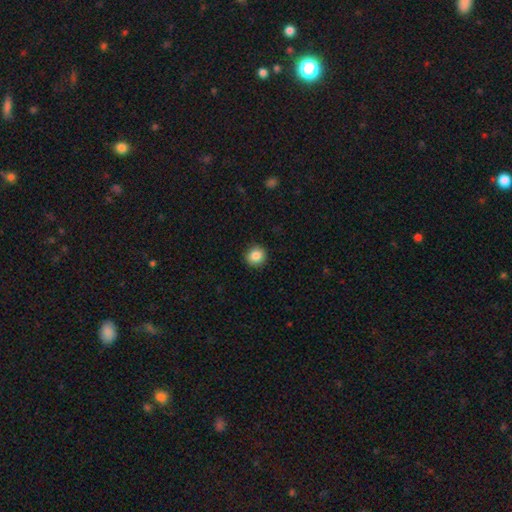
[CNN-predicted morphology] Smooth or featured? Predicted: smooth (p=0.86). How rounded? Predicted: round (p=0.92). Merging? Predicted: none (p=0.91).